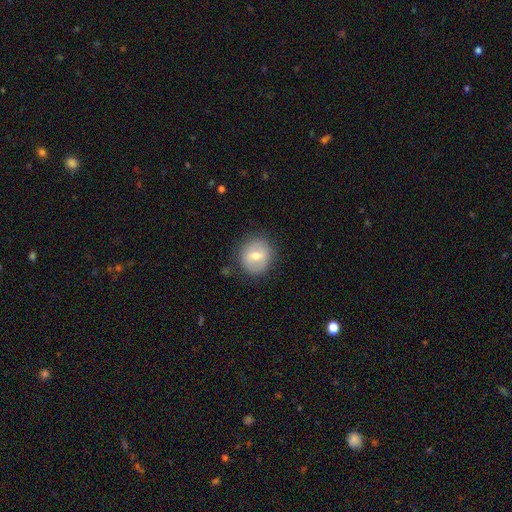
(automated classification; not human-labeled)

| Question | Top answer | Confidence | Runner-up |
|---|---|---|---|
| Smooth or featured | smooth | 58% | featured or disk (34%) |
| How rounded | round | 84% | in between (15%) |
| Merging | none | 82% | minor disturbance (13%) |